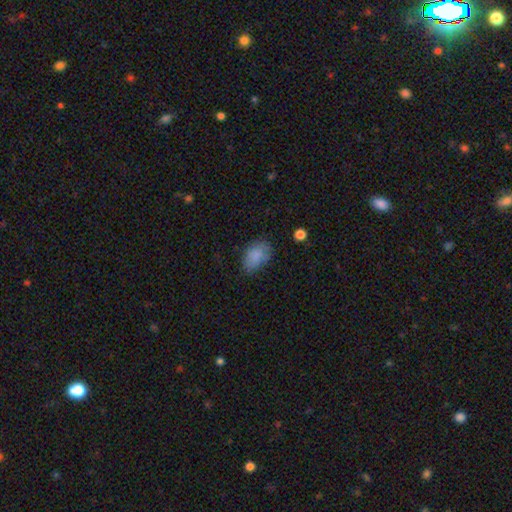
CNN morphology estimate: Smooth or featured?
  - smooth: 84% *
  - featured or disk: 8%
  - star or artifact: 8%
How rounded?
  - in between: 86% *
  - round: 13%
  - cigar-shaped: 1%
Merging?
  - none: 70% *
  - minor disturbance: 23%
  - major disturbance: 6%
  - merger: 2%